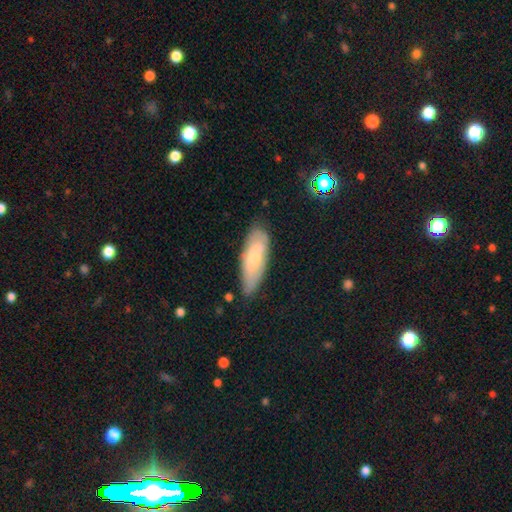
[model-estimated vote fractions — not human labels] This is possibly a smooth galaxy (56%). How rounded: likely in between (61%). Merging: likely none (78%).